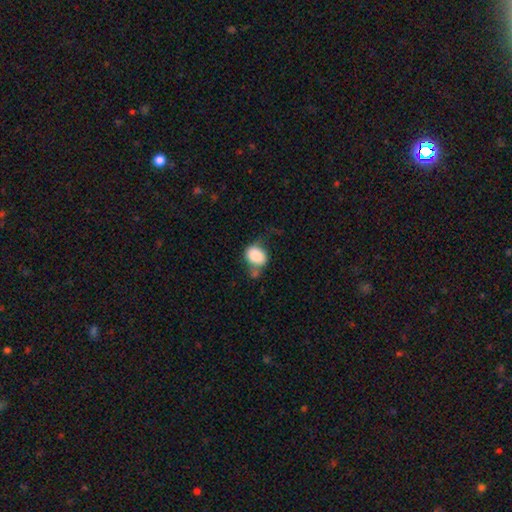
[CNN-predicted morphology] This appears to be a smooth galaxy with no disk features (82%) that is in between round and cigar-shaped (58%). Merging: none (40%).